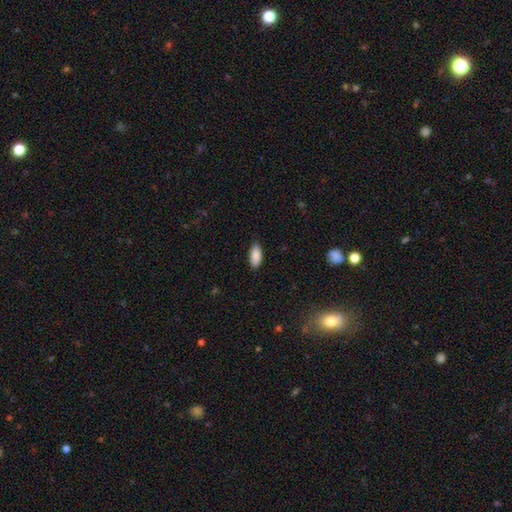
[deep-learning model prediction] The model was most divided on "merging": none: 85%, minor disturbance: 12%, major disturbance: 2%, merger: 1%. More confident: how rounded — in between (90%); smooth or featured — smooth (89%).